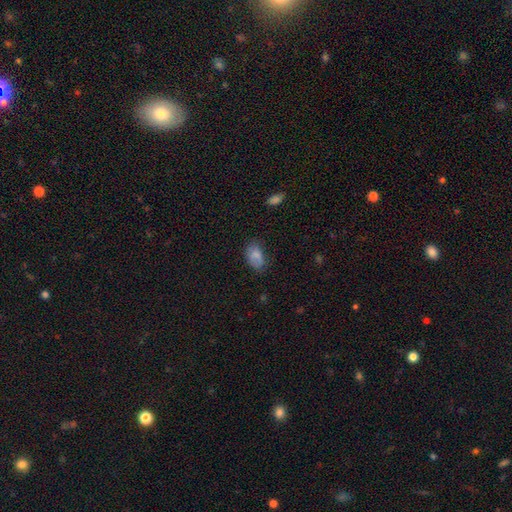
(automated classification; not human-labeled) Overall: smooth (80%). How rounded: in between (90%). Merging: none (59%; minor disturbance 30%).